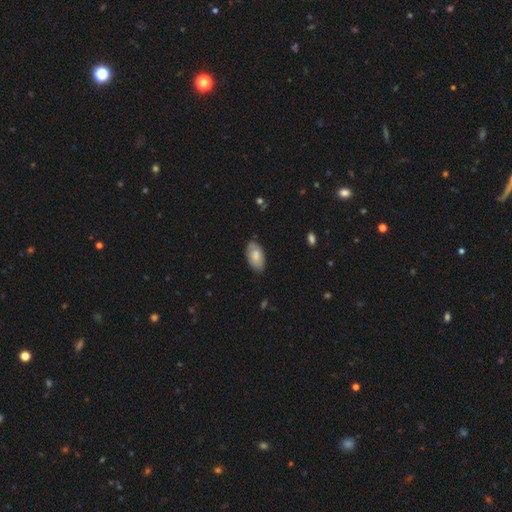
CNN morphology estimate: Smooth or featured?
  - smooth: 76% *
  - featured or disk: 18%
  - star or artifact: 6%
How rounded?
  - in between: 95% *
  - round: 3%
  - cigar-shaped: 2%
Merging?
  - none: 79% *
  - minor disturbance: 17%
  - major disturbance: 3%
  - merger: 1%